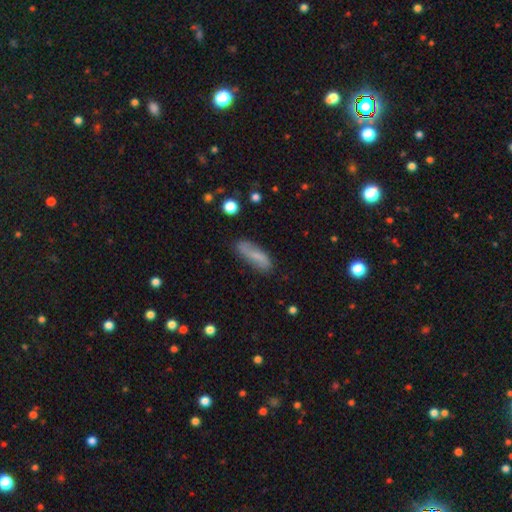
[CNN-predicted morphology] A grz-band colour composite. It shows a smooth galaxy with no disk features (61%) that is in between round and cigar-shaped (50%). Merging: none (76%).